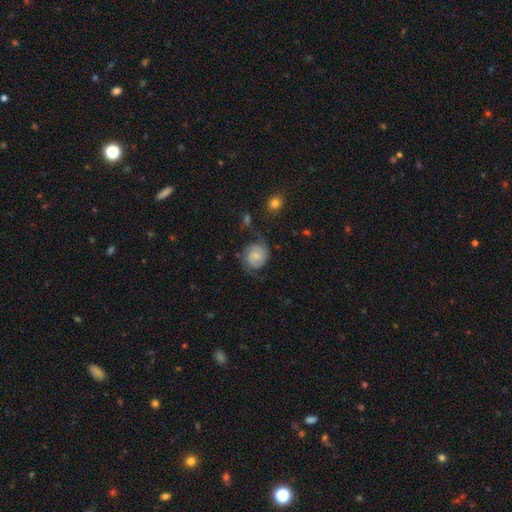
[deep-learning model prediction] Smooth or featured? featured or disk (55%)
Edge-on disk? no (98%)
Bar? no (60%)
Spiral arms? yes (90%)
Bulge size? small (56%)
Merging? none (60%)